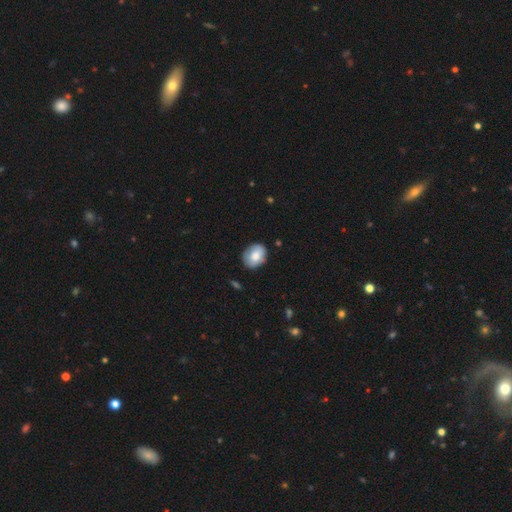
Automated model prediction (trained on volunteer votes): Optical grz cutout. It shows a smooth galaxy with no disk features (73%) that is in between round and cigar-shaped (50%). Merging: none (75%).